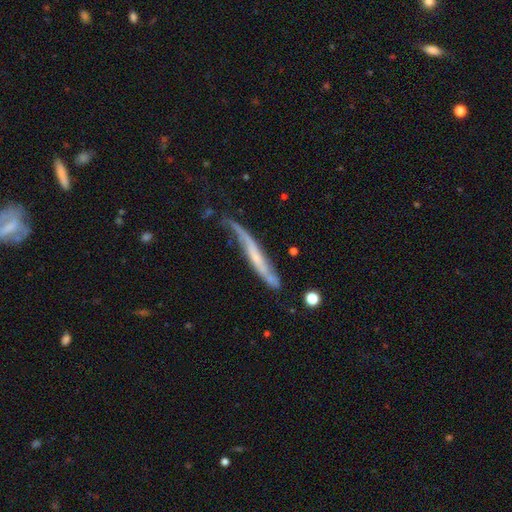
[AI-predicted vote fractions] Smooth or featured: featured or disk — 66% (smooth — 27%)
Edge-on disk: yes — 71% (no — 29%)
Merging: none — 44% (minor disturbance — 33%)